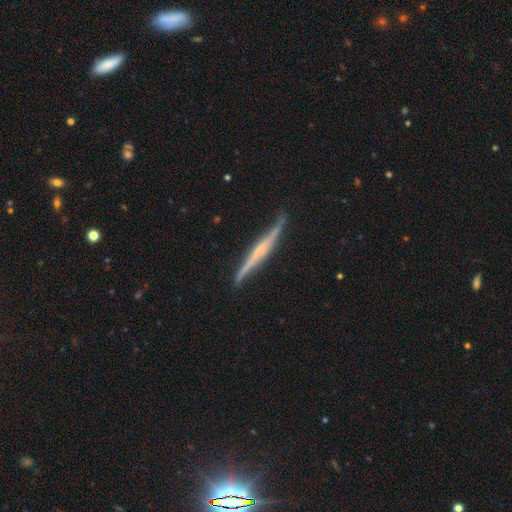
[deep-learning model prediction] Overall: featured or disk (76%). Edge-on disk: yes (96%). Edge-on bulge: rounded (46%; none 40%). Merging: none (83%).